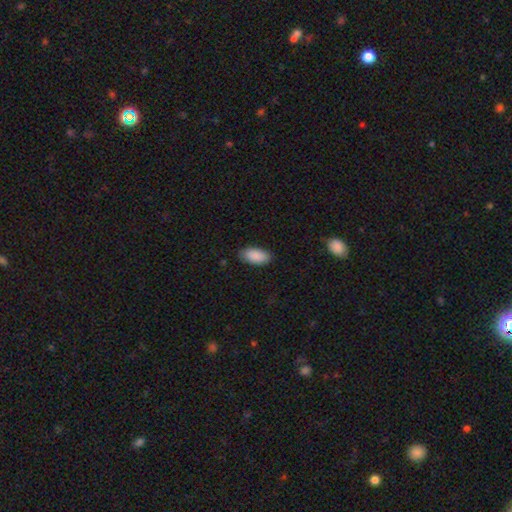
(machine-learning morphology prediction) smooth_or_featured: smooth (p=0.90) [alt: star or artifact p=0.06]
how_rounded: in between (p=0.94) [alt: cigar-shaped p=0.04]
merging: none (p=0.86) [alt: minor disturbance p=0.11]